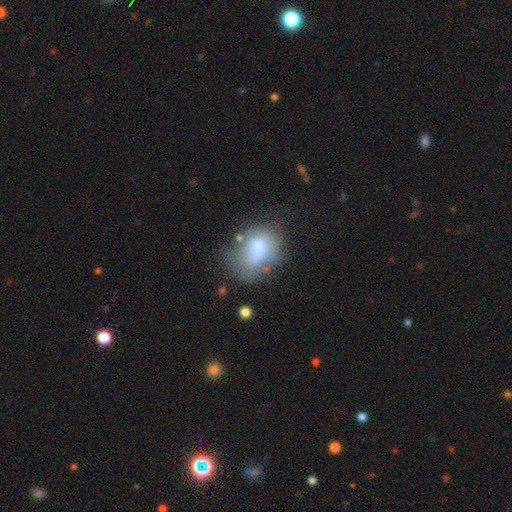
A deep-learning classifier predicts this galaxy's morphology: This is likely a smooth galaxy (66%). How rounded: likely in between (63%). Merging: marginally none (34%).